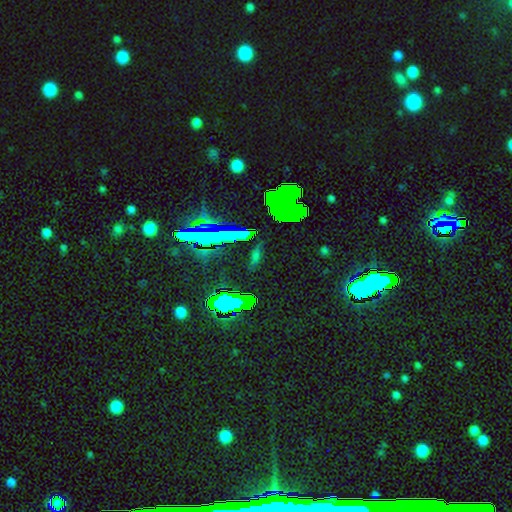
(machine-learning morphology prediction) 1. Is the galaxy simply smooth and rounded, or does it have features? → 64% star or artifact, 20% smooth, 16% featured or disk.